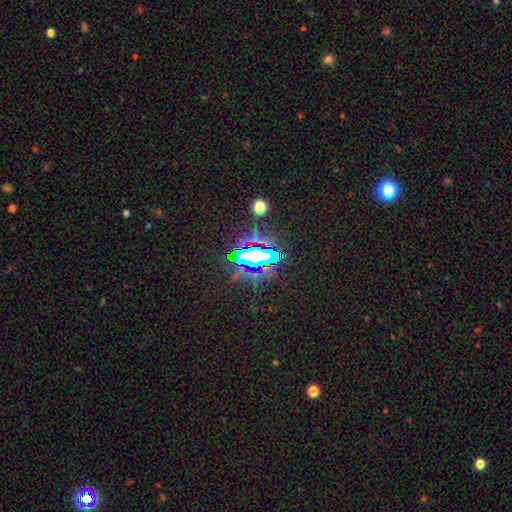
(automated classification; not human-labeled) smooth-or-featured: star or artifact: 70% | smooth: 17% | featured or disk: 14%